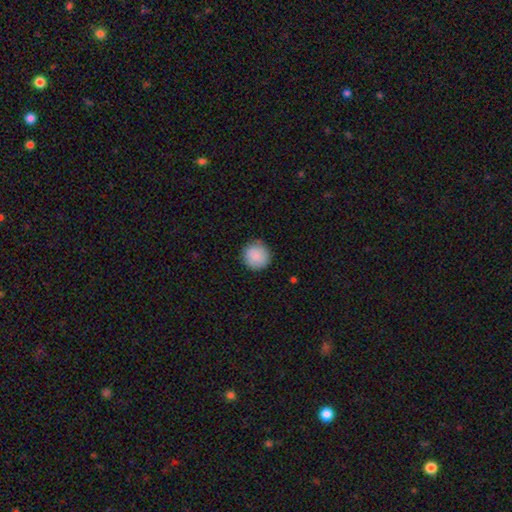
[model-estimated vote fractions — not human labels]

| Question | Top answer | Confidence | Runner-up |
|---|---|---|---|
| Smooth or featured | smooth | 89% | star or artifact (7%) |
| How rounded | round | 95% | in between (4%) |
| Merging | none | 87% | minor disturbance (9%) |